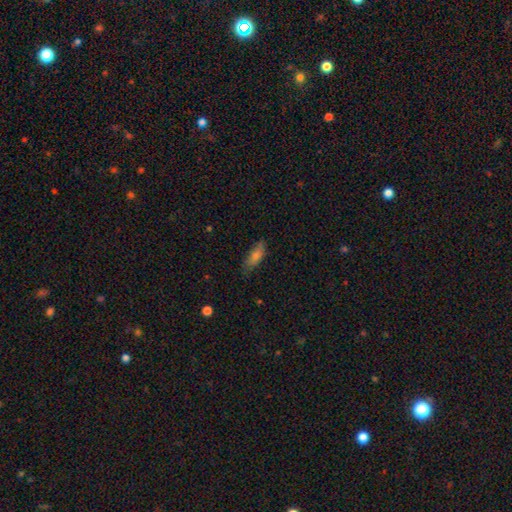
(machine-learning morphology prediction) This appears to be a smooth galaxy with no disk features (65%) that is in between round and cigar-shaped (54%). Merging: none (77%).